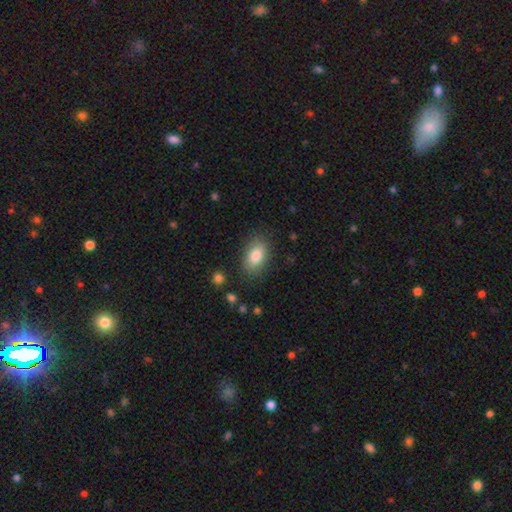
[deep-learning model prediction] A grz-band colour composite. It shows a smooth galaxy with no disk features (84%) that is in between round and cigar-shaped (90%). Merging: none (83%).